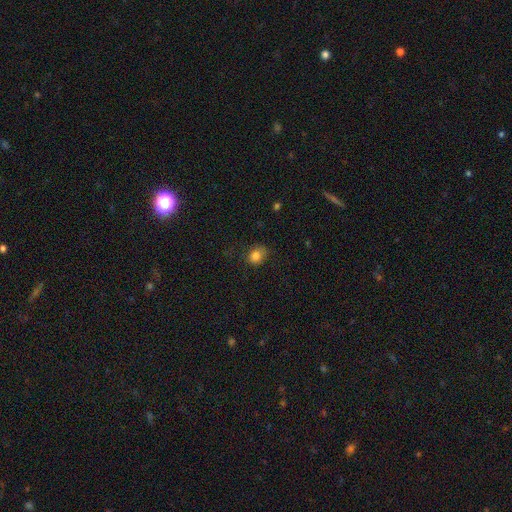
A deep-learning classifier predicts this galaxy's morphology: Smooth or featured: smooth — 82% (star or artifact — 11%)
How rounded: round — 51% (in between — 48%)
Merging: none — 68% (minor disturbance — 23%)